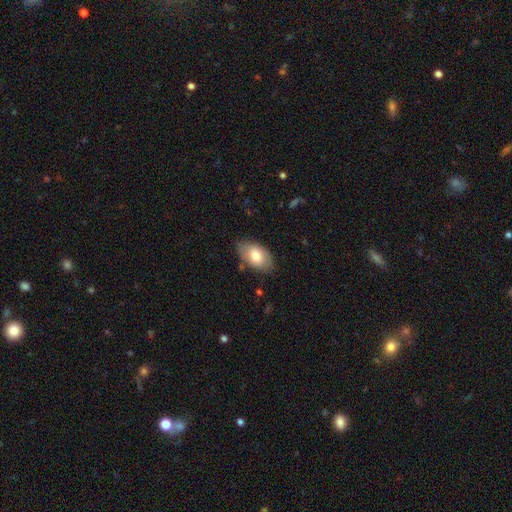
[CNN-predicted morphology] Q: Smooth or featured?
A: smooth (77%); runner-up: featured or disk (16%)
Q: How rounded?
A: in between (93%); runner-up: round (6%)
Q: Merging?
A: none (74%); runner-up: minor disturbance (20%)